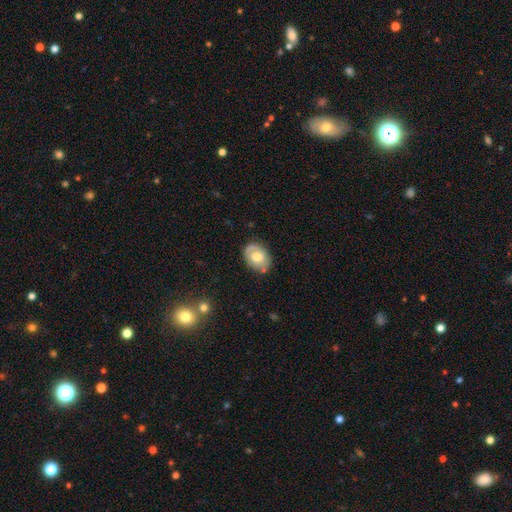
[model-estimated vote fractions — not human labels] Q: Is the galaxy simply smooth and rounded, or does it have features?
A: smooth — 54%.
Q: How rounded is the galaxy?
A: in between — 67%.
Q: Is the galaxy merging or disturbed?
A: none — 74%.